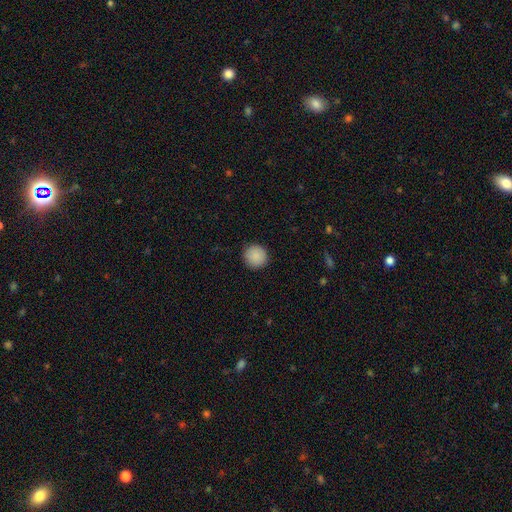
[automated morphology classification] The model was most divided on "smooth or featured": smooth: 89%, star or artifact: 8%, featured or disk: 4%. More confident: how rounded — round (95%); merging — none (91%).